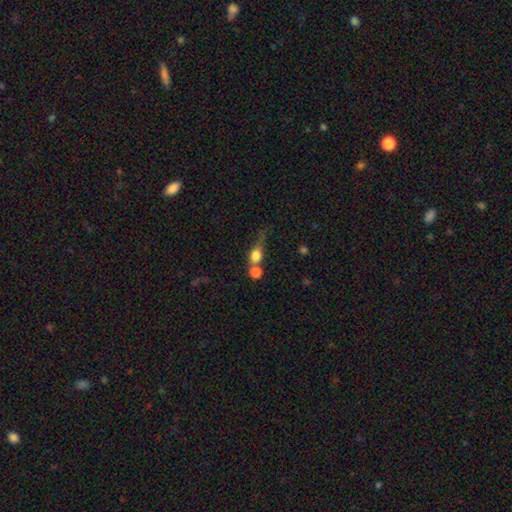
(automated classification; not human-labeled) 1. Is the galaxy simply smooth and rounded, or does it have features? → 72% smooth, 16% featured or disk, 12% star or artifact.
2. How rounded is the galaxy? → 60% round, 34% in between, 6% cigar-shaped.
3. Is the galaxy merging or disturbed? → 43% merger, 31% none, 13% minor disturbance, 12% major disturbance.